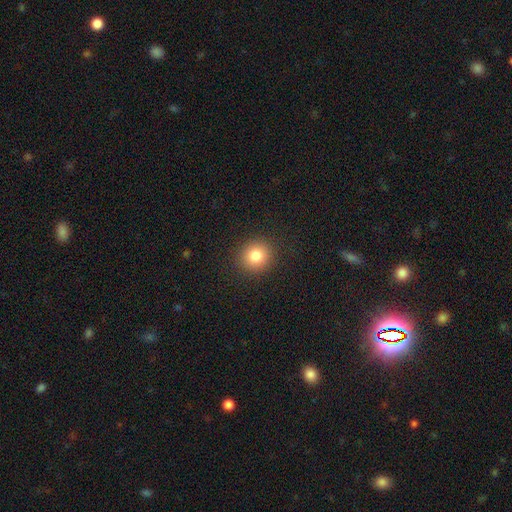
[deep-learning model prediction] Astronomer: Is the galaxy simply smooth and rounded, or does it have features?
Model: smooth — 83%.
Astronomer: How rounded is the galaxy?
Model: round — 86%.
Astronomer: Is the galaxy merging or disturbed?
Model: none — 91%.